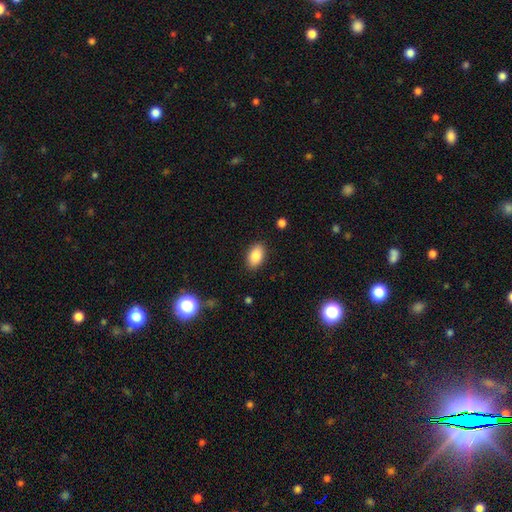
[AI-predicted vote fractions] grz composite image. It shows a smooth galaxy with no disk features (86%) that is in between round and cigar-shaped (92%). Merging: none (88%).